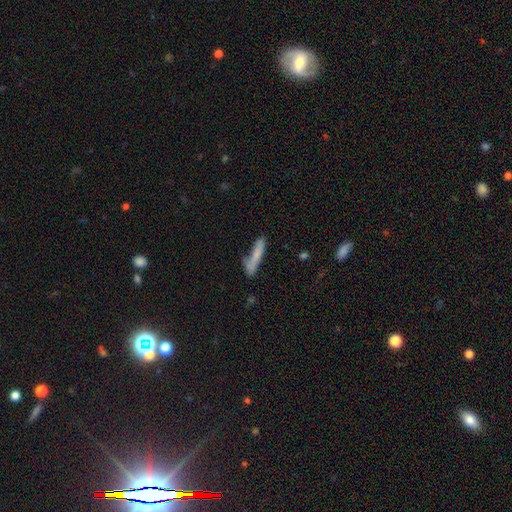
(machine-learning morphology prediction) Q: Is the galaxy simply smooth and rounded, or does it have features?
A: smooth — 72%.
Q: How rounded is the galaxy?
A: cigar-shaped — 89%.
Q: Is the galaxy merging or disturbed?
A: none — 62%.